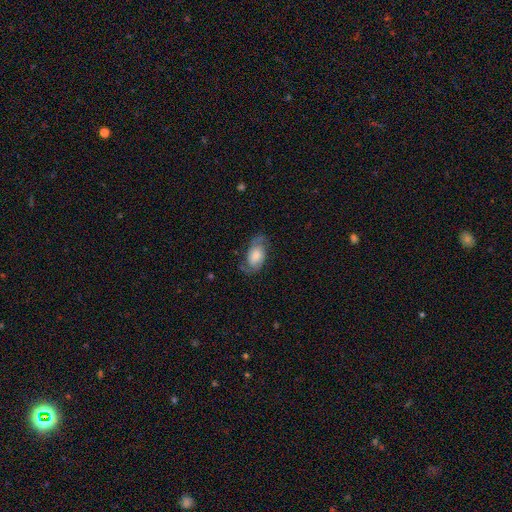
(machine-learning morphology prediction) type=featured or disk (69%); edge-on=no (96%); bar=no (68%); spiral arms=yes (92%); winding=medium (46%); arm count=2 (88%); bulge=moderate (40%); merging=none (69%).